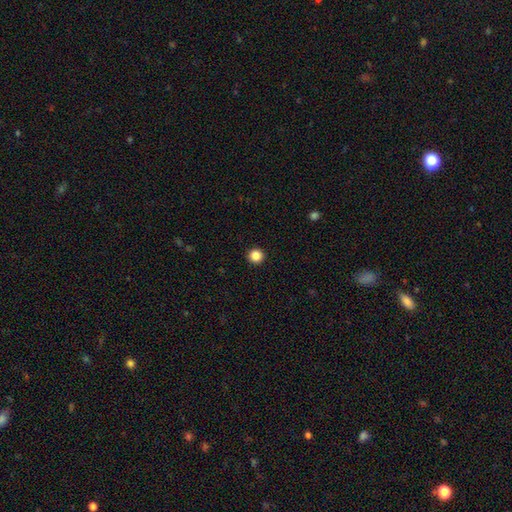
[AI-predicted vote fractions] Q: Smooth or featured?
A: smooth (86%); runner-up: star or artifact (11%)
Q: How rounded?
A: round (96%); runner-up: in between (3%)
Q: Merging?
A: none (94%); runner-up: minor disturbance (4%)